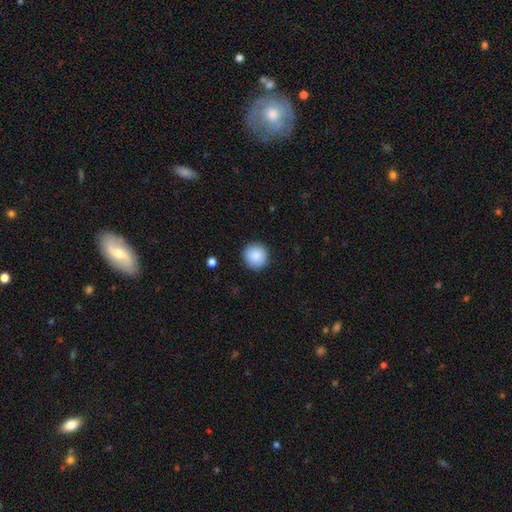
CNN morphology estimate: A smooth galaxy with no disk features (89%) that is round (94%).

Vote fractions:
- Smooth or featured? smooth: 89% / star or artifact: 7% / featured or disk: 4%
- How rounded? round: 94% / in between: 5% / cigar-shaped: 1%
- Merging? none: 91% / minor disturbance: 6% / major disturbance: 2% / merger: 1%